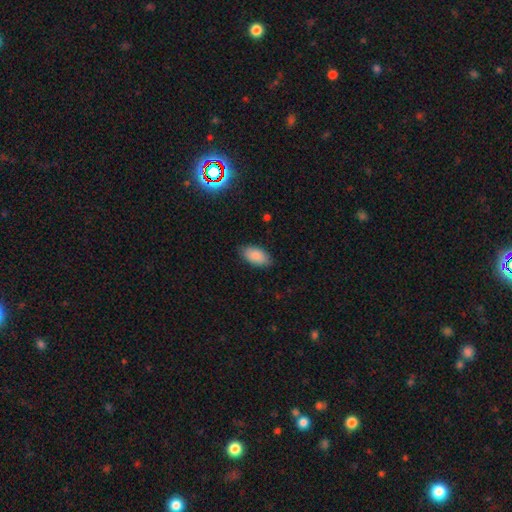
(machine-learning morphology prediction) A smooth galaxy with no disk features (88%) that is in between round and cigar-shaped (94%).

Vote fractions:
- Smooth or featured? smooth: 88% / star or artifact: 7% / featured or disk: 5%
- How rounded? in between: 94% / cigar-shaped: 3% / round: 3%
- Merging? none: 84% / minor disturbance: 12% / major disturbance: 3% / merger: 1%